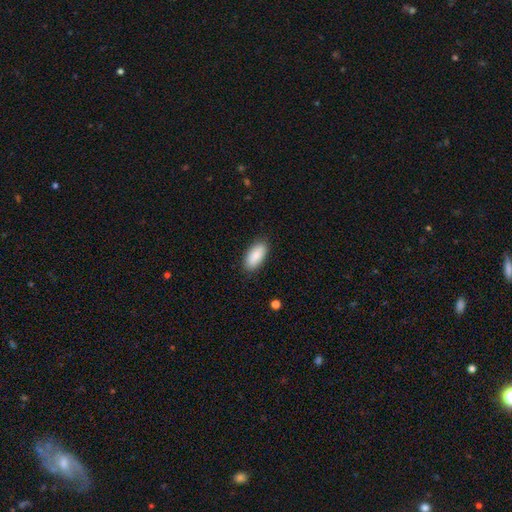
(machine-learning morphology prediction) This is clearly a smooth galaxy (89%). How rounded: clearly in between (90%). Merging: clearly none (88%).